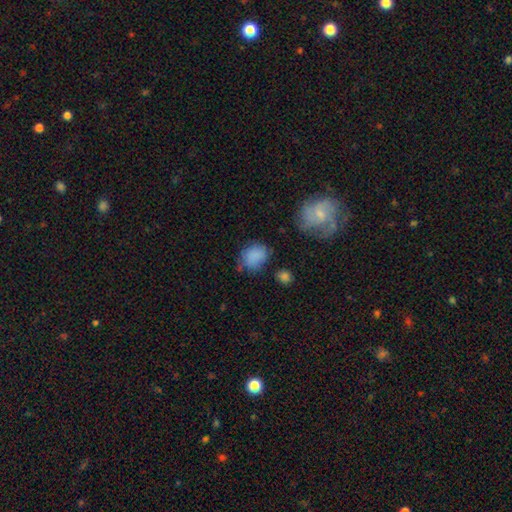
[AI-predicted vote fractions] This appears to be a smooth galaxy with no disk features (82%) that is in between round and cigar-shaped (51%). Merging: none (56%).